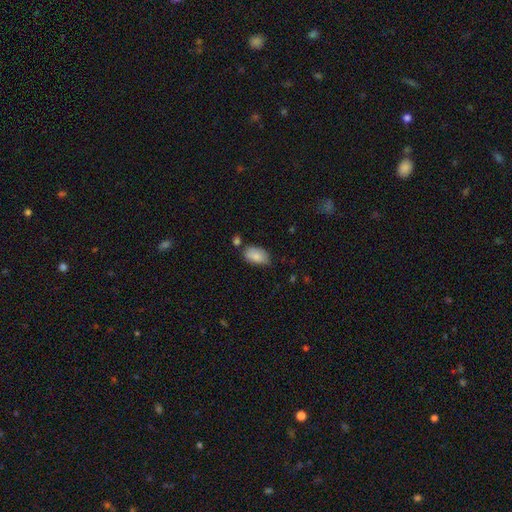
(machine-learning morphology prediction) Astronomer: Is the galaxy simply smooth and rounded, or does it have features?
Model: smooth — 85%.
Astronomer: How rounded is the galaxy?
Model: in between — 94%.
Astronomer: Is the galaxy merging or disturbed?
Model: none — 69%.